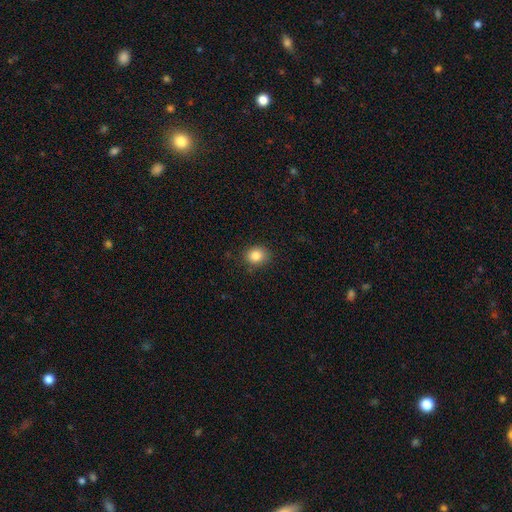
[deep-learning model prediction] Smooth or featured?
  - smooth: 84% *
  - star or artifact: 10%
  - featured or disk: 6%
How rounded?
  - round: 67% *
  - in between: 32%
  - cigar-shaped: 1%
Merging?
  - none: 87% *
  - minor disturbance: 10%
  - major disturbance: 2%
  - merger: 1%